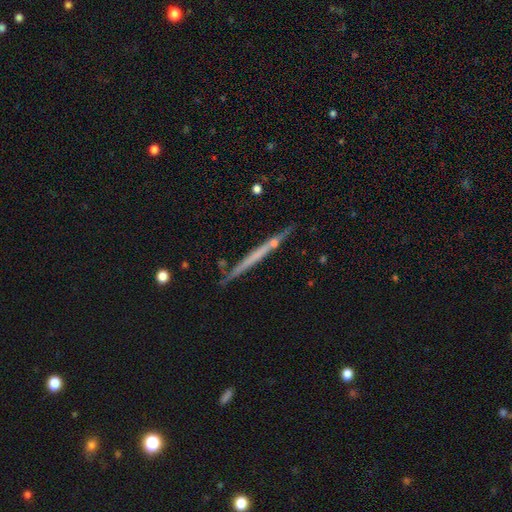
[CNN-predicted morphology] Smooth or featured? Predicted: featured or disk (p=0.57). Edge-on disk? Predicted: yes (p=0.97). Edge-on bulge? Predicted: none (p=0.87). Merging? Predicted: none (p=0.84).